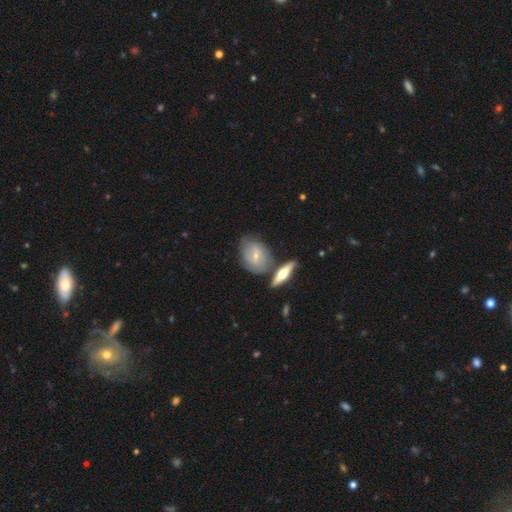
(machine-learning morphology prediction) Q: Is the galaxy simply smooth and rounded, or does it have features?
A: featured or disk — 54%.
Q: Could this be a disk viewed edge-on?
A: no — 85%.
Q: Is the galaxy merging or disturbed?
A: none — 56%.